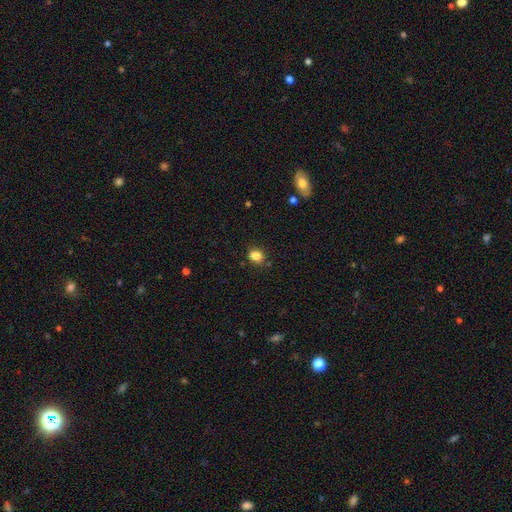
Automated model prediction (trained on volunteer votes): A smooth galaxy with no disk features (84%) that is in between round and cigar-shaped (52%). Merging: none (76%).